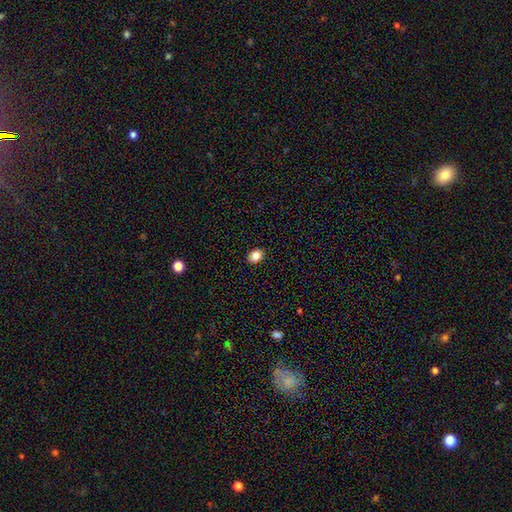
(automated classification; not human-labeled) Q: Smooth or featured?
A: smooth (85%); runner-up: star or artifact (10%)
Q: How rounded?
A: in between (58%); runner-up: round (41%)
Q: Merging?
A: none (90%); runner-up: minor disturbance (7%)